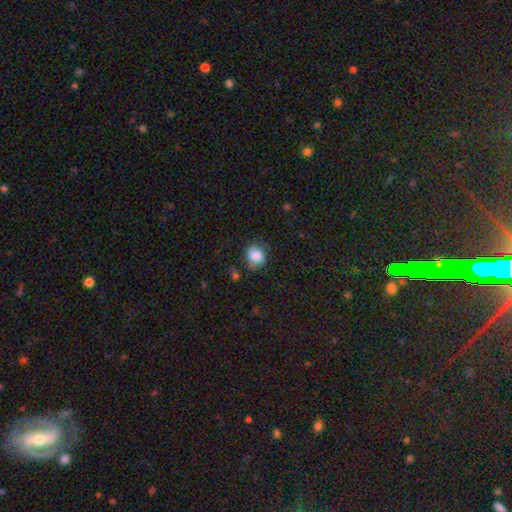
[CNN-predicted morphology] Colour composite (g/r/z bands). It shows a smooth galaxy with no disk features (85%) that is round (60%). Merging: none (68%).